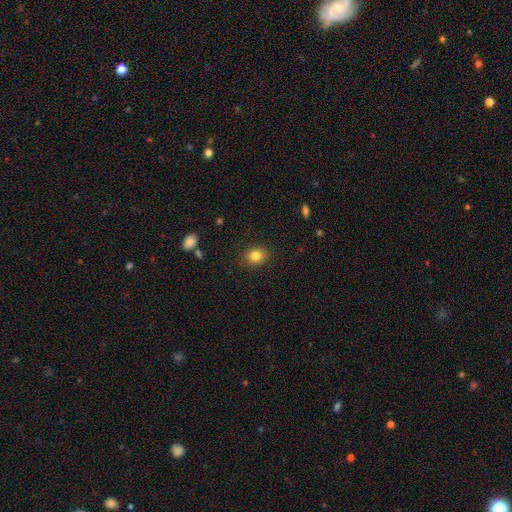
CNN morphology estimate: Smooth or featured: smooth — 82% (star or artifact — 10%)
How rounded: in between — 50% (round — 49%)
Merging: none — 87% (minor disturbance — 9%)